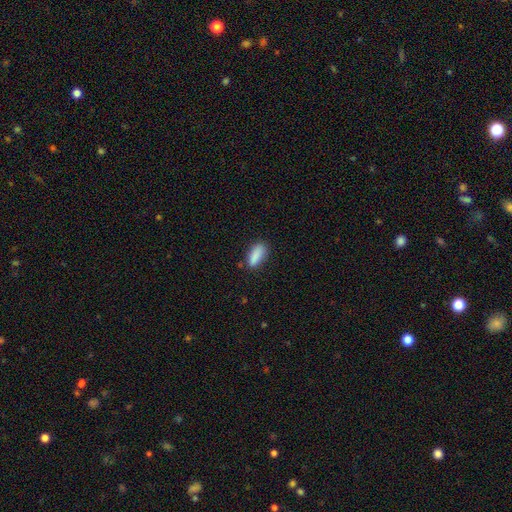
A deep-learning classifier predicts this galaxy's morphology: This is clearly a smooth galaxy (87%). How rounded: likely in between (74%). Merging: likely none (75%).